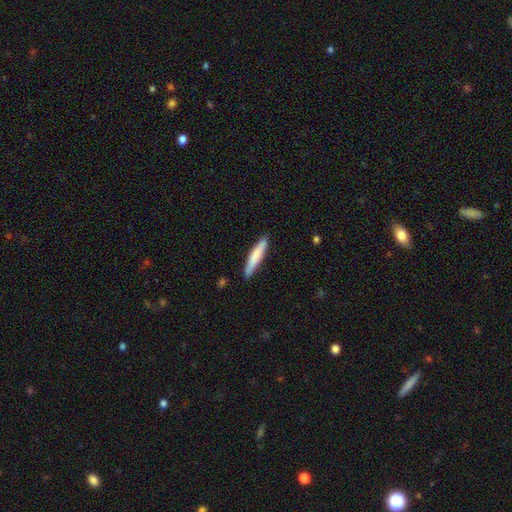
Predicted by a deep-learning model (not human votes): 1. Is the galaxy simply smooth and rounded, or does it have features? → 76% smooth, 19% featured or disk, 5% star or artifact.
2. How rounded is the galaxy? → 91% cigar-shaped, 8% in between, 1% round.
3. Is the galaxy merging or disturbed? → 86% none, 11% minor disturbance, 2% major disturbance, 1% merger.